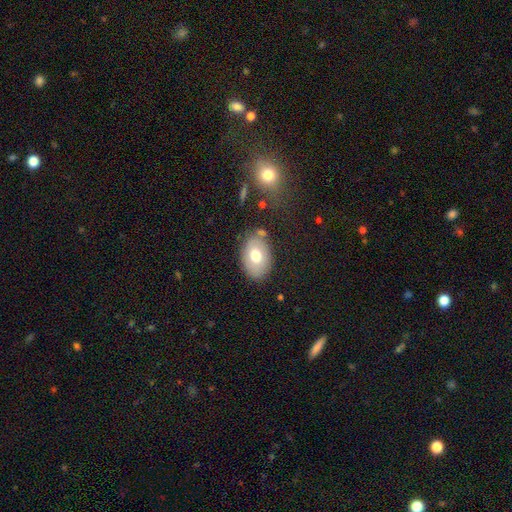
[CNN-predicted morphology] smooth-or-featured: smooth: 70% | featured or disk: 22% | star or artifact: 8%
  how-rounded: in between: 85% | round: 14% | cigar-shaped: 1%
  merging: none: 78% | minor disturbance: 14% | merger: 4% | major disturbance: 4%